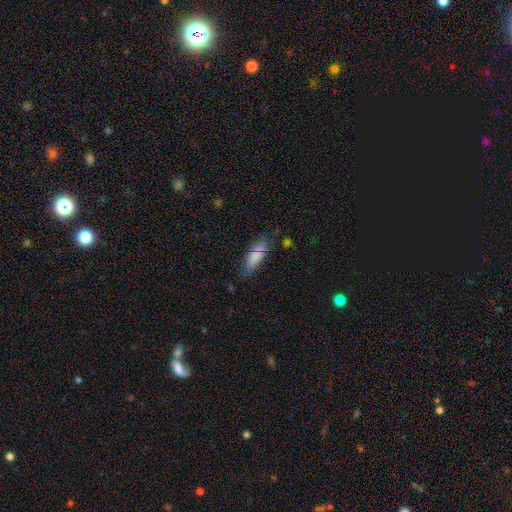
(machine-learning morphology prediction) The model was most divided on "how rounded": in between: 65%, cigar-shaped: 33%, round: 2%. More confident: smooth or featured — smooth (80%); merging — none (73%).